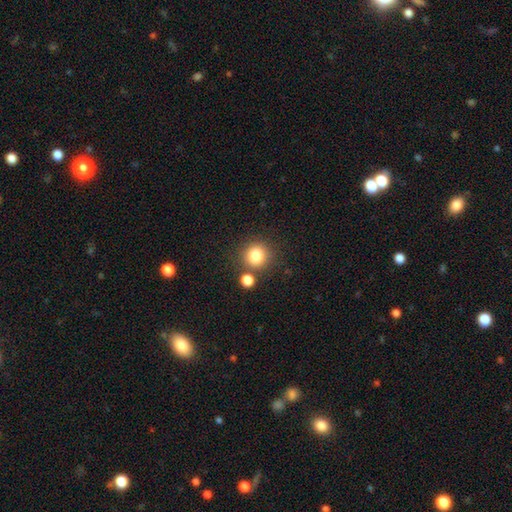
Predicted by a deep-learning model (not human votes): A smooth galaxy with no disk features (83%) that is round (90%).

Vote fractions:
- Smooth or featured? smooth: 83% / star or artifact: 11% / featured or disk: 6%
- How rounded? round: 90% / in between: 9% / cigar-shaped: 1%
- Merging? none: 77% / merger: 12% / minor disturbance: 8% / major disturbance: 3%